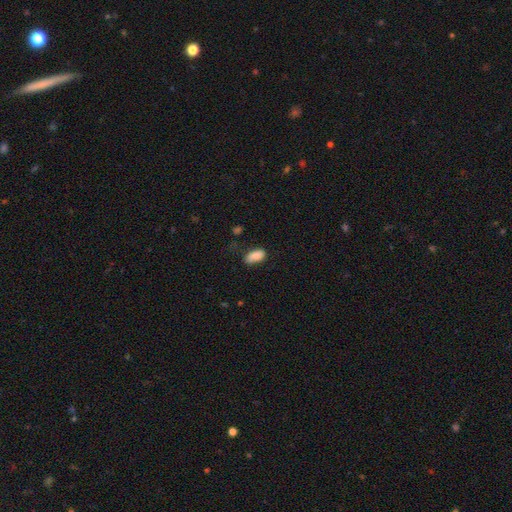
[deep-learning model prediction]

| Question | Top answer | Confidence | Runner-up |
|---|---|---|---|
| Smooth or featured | smooth | 83% | featured or disk (9%) |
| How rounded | in between | 91% | cigar-shaped (5%) |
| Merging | none | 55% | minor disturbance (32%) |